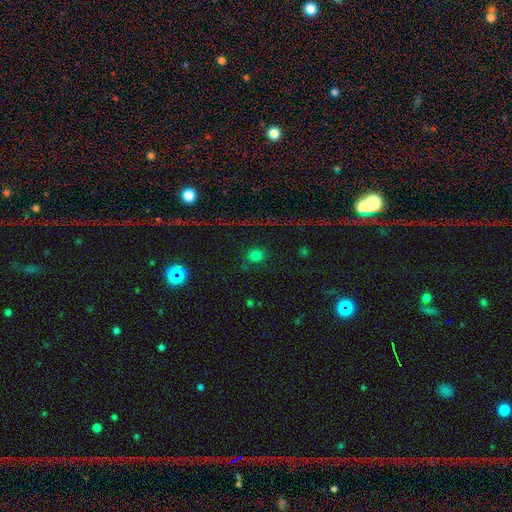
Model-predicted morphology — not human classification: Smooth or featured? smooth (70%)
How rounded? round (85%)
Merging? none (81%)